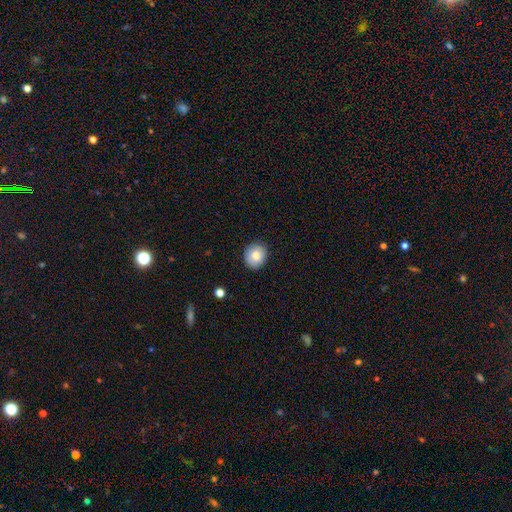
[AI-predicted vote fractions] smooth_or_featured: smooth (p=0.83) [alt: featured or disk p=0.09]
how_rounded: round (p=0.73) [alt: in between p=0.26]
merging: none (p=0.87) [alt: minor disturbance p=0.10]